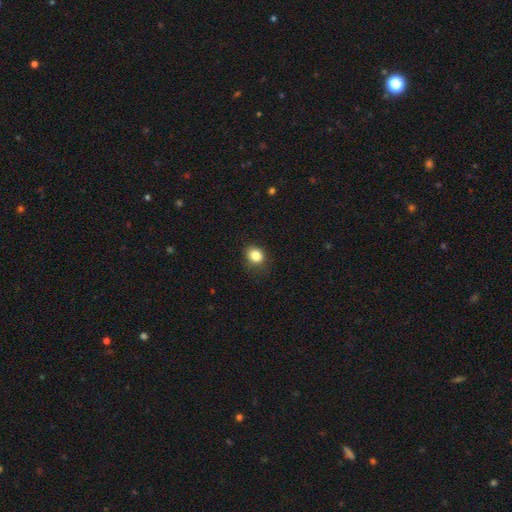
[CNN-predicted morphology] Q: Smooth or featured?
A: smooth (85%); runner-up: star or artifact (11%)
Q: How rounded?
A: round (65%); runner-up: in between (34%)
Q: Merging?
A: none (80%); runner-up: minor disturbance (15%)